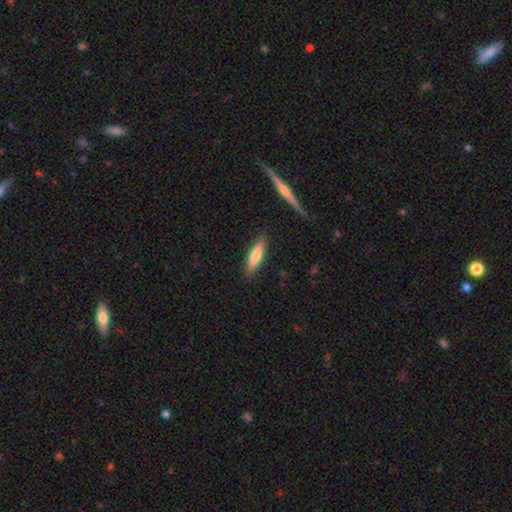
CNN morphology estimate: A smooth galaxy with no disk features (70%) that is cigar-shaped (69%). Merging: none (85%).